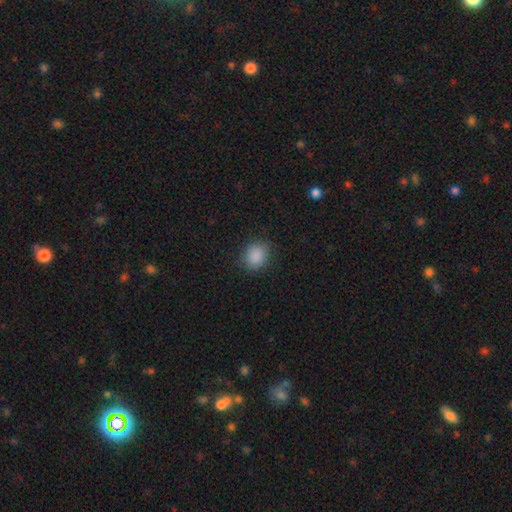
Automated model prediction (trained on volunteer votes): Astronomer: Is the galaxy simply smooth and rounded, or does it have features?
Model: smooth — 88%.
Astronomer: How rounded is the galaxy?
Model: round — 62% (runner-up: in between, 37%).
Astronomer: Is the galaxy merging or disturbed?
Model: none — 85%.